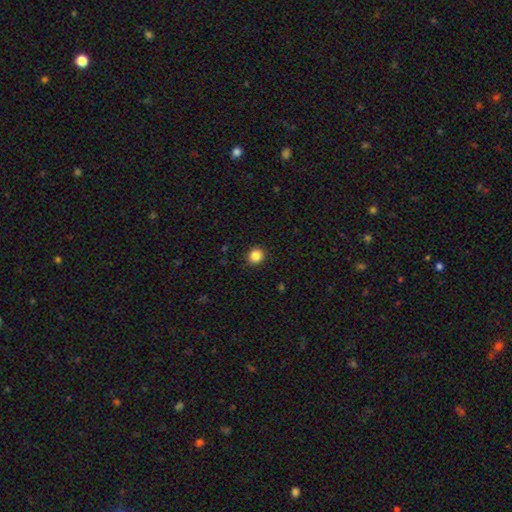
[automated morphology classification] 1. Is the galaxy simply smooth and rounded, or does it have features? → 86% smooth, 10% star or artifact, 4% featured or disk.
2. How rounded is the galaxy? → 83% round, 16% in between, 1% cigar-shaped.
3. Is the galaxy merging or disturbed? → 91% none, 6% minor disturbance, 2% major disturbance, 1% merger.